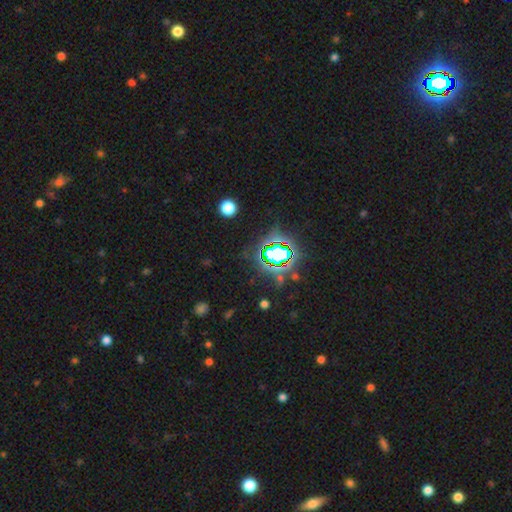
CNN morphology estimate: A star or artifact, not a galaxy (82%).